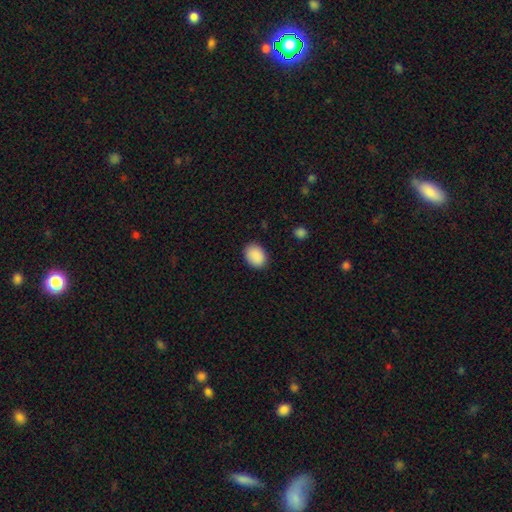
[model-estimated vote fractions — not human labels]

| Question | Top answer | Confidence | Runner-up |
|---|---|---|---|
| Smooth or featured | smooth | 90% | star or artifact (7%) |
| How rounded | in between | 66% | round (33%) |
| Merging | none | 88% | minor disturbance (9%) |